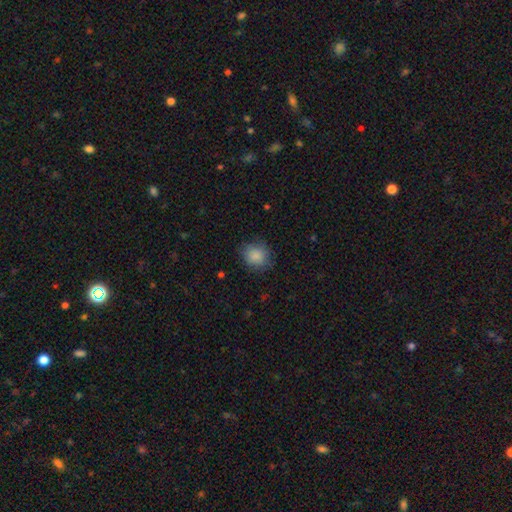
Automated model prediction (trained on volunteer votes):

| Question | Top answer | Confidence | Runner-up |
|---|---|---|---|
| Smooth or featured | smooth | 86% | star or artifact (9%) |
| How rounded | round | 80% | in between (19%) |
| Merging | none | 80% | minor disturbance (15%) |